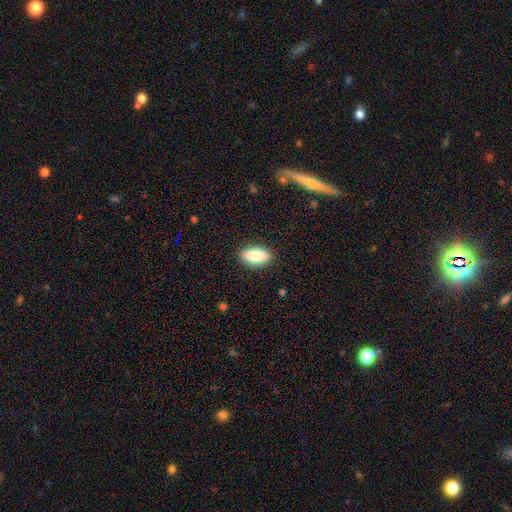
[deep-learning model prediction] This is clearly a smooth galaxy (83%). How rounded: clearly in between (89%). Merging: clearly none (88%).